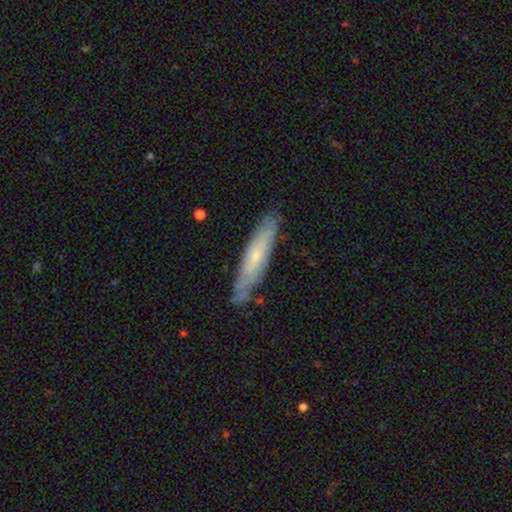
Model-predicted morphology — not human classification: A featured or disk galaxy (50%).

Vote fractions:
- Smooth or featured? featured or disk: 50% / smooth: 44% / star or artifact: 6%
- Merging? none: 76% / minor disturbance: 18% / major disturbance: 3% / merger: 2%